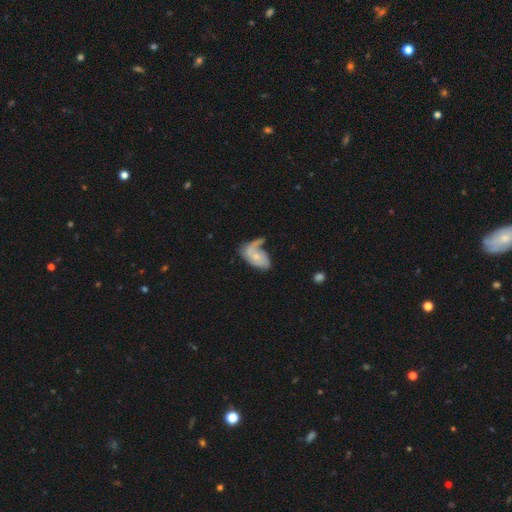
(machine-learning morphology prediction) A featured or disk galaxy (54%) with no bar (72%), spiral arms (74%) and a small central bulge (59%). Merging: none (30%).